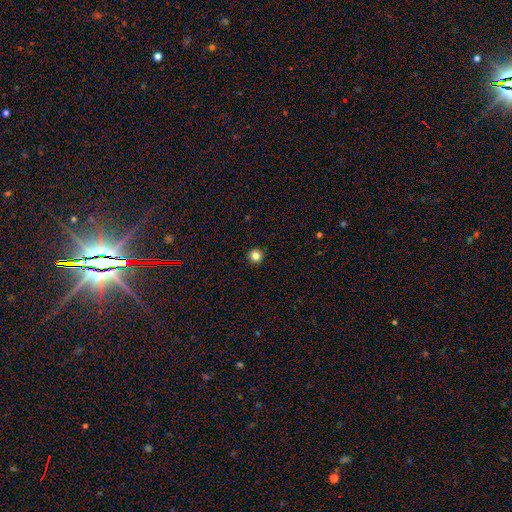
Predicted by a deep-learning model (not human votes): A smooth galaxy with no disk features (83%) that is round (96%). Merging: none (94%).